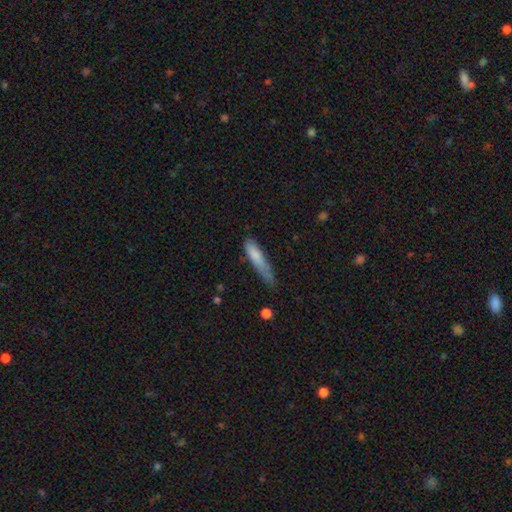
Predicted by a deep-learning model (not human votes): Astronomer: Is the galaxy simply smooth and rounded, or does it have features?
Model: smooth — 77%.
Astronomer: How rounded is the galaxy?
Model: cigar-shaped — 82%.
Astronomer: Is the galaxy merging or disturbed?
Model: minor disturbance — 42% (runner-up: none, 39%).